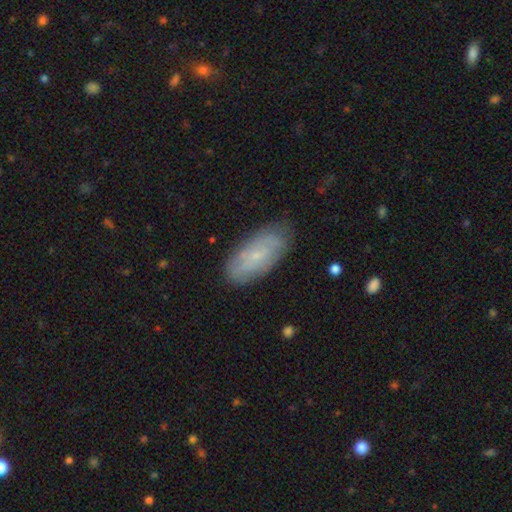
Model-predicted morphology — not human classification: smooth-or-featured: featured or disk: 48% | smooth: 43% | star or artifact: 8%
  merging: none: 80% | minor disturbance: 16% | major disturbance: 3% | merger: 1%